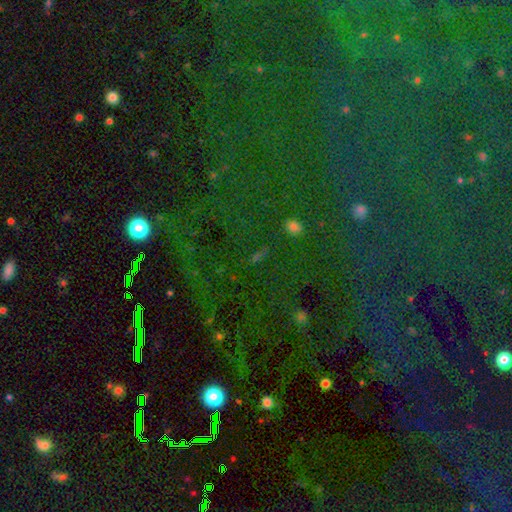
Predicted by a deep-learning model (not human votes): Smooth or featured? Predicted: star or artifact (p=0.82).